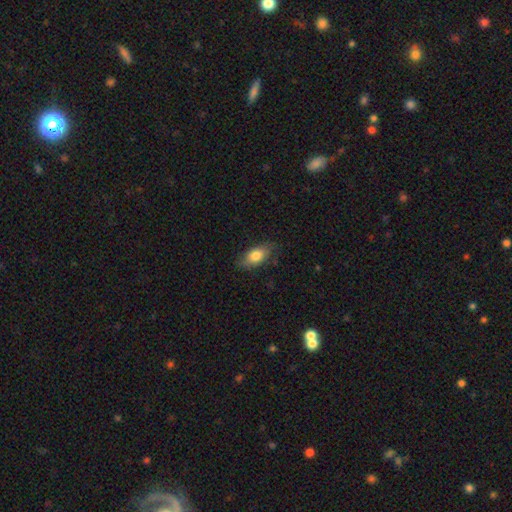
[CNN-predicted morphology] Overall: smooth (77%). How rounded: in between (87%). Merging: none (77%).